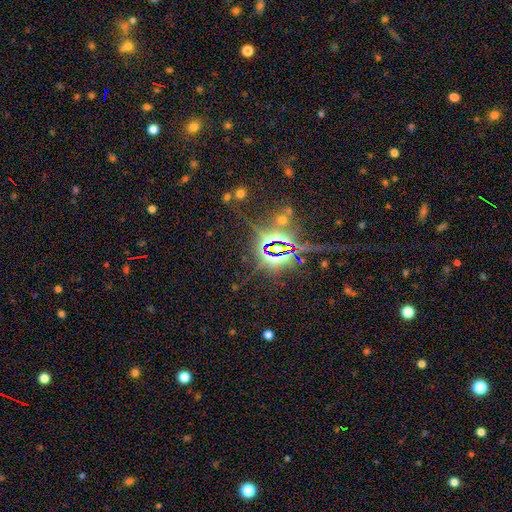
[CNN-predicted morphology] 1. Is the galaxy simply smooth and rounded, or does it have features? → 81% star or artifact, 10% smooth, 8% featured or disk.